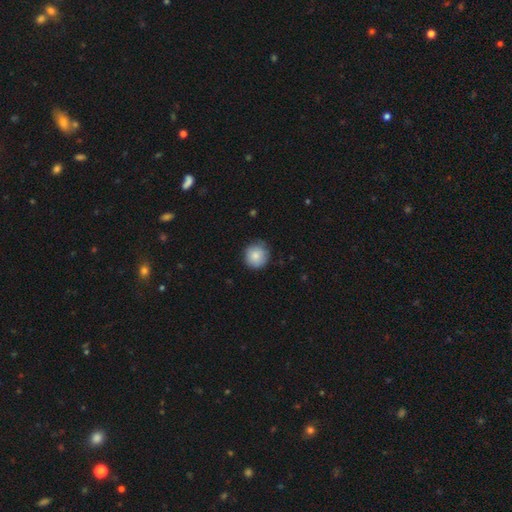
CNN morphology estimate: Smooth or featured: smooth — 84% (featured or disk — 9%)
How rounded: round — 93% (in between — 6%)
Merging: none — 80% (minor disturbance — 16%)